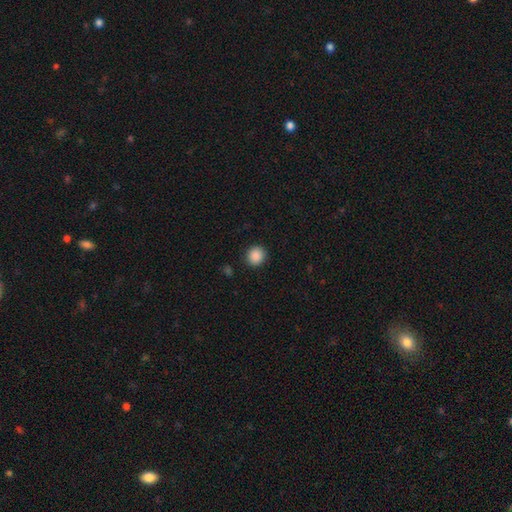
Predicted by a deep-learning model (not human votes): Overall: smooth (88%). How rounded: round (88%). Merging: none (90%).